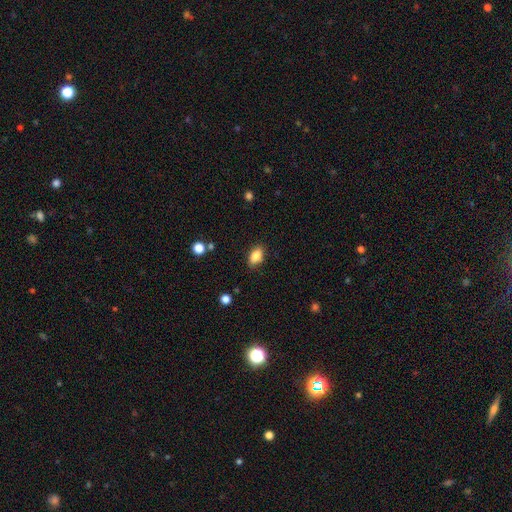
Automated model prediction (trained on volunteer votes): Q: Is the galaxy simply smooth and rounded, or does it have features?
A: smooth — 83%.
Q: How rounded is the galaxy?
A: in between — 88%.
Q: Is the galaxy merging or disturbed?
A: none — 85%.